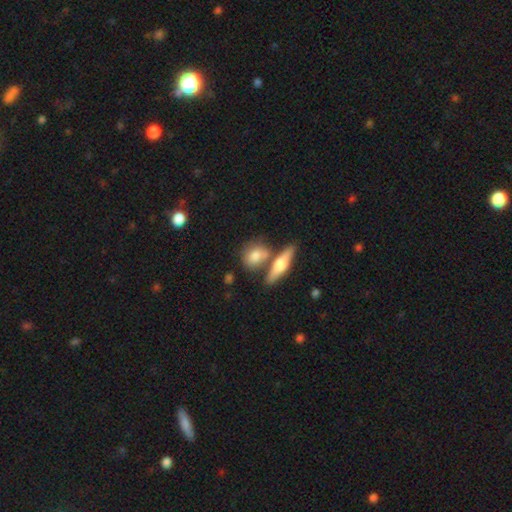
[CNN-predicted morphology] type=smooth (71%); roundness=in between (46%); merging=none (55%).